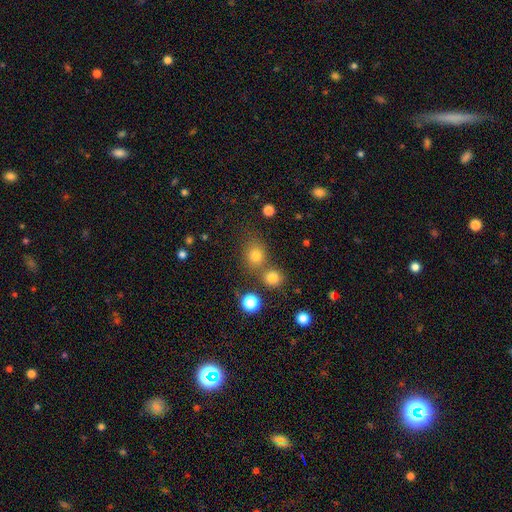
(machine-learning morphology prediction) This is likely a smooth galaxy (77%). How rounded: likely round (77%). Merging: likely none (61%).